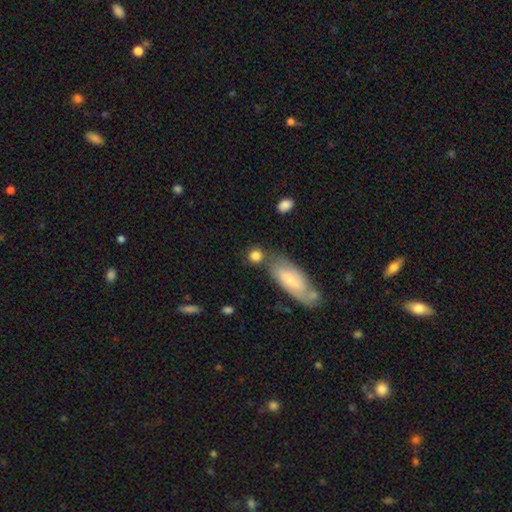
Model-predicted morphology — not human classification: The model was most divided on "merging": none: 60%, merger: 21%, minor disturbance: 13%, major disturbance: 5%. More confident: smooth or featured — smooth (82%); how rounded — round (73%).